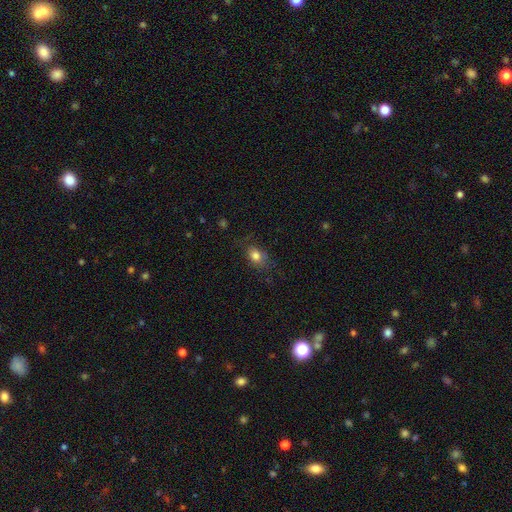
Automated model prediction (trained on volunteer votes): Morphology: type=smooth (79%); roundness=in between (75%); merging=none (63%).